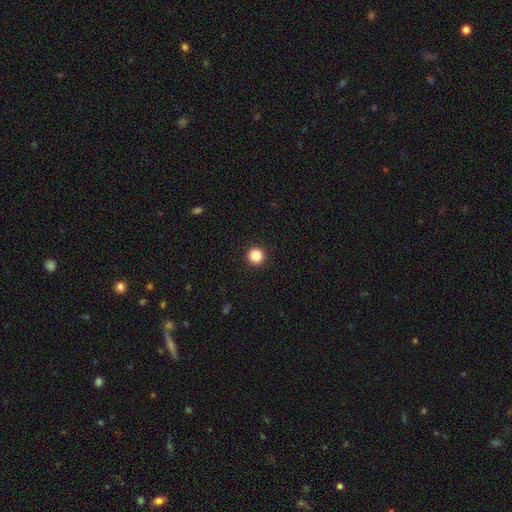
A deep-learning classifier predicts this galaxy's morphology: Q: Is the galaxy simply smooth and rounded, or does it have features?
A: smooth — 87%.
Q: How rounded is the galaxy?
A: round — 96%.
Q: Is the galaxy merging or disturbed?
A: none — 94%.